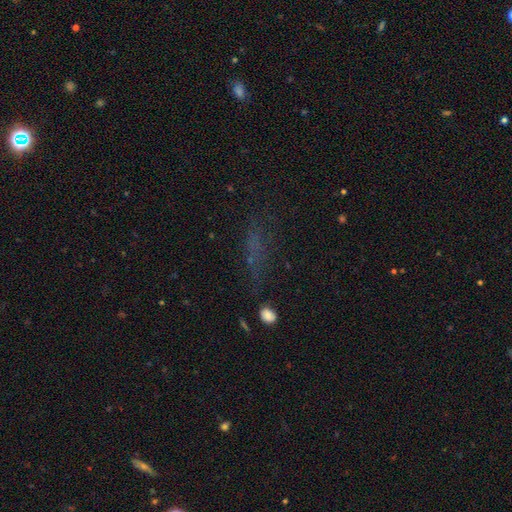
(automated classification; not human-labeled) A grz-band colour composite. It shows a smooth galaxy with no disk features (43%). Merging: none (60%).